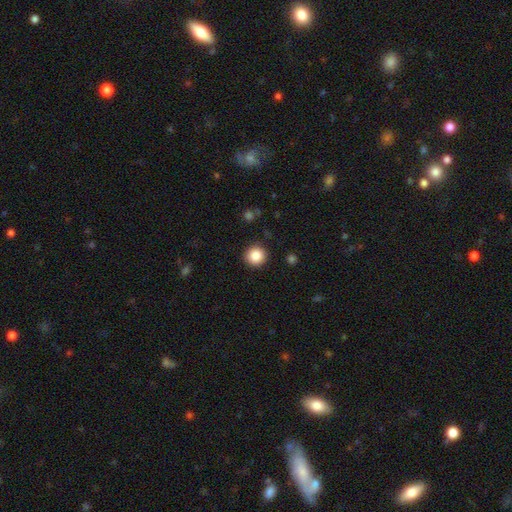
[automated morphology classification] smooth_or_featured: smooth (p=0.87) [alt: star or artifact p=0.10]
how_rounded: round (p=0.95) [alt: in between p=0.04]
merging: none (p=0.91) [alt: minor disturbance p=0.06]